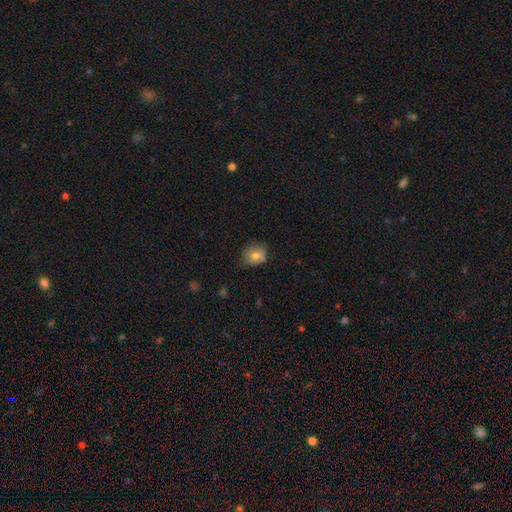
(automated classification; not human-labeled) This appears to be a smooth galaxy with no disk features (74%) that is round (54%). Merging: none (61%).